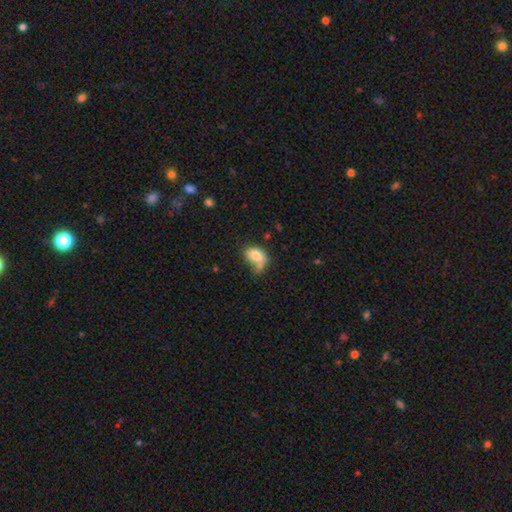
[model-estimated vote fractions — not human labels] Overall: smooth (77%). How rounded: in between (83%). Merging: none (32%; merger 24%).